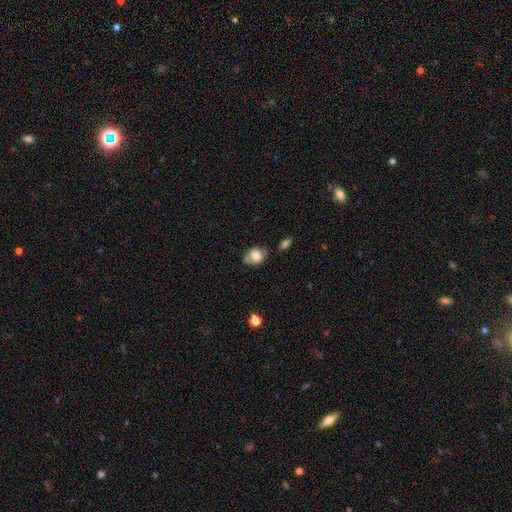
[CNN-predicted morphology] Smooth or featured: smooth — 71% (featured or disk — 20%)
How rounded: in between — 51% (round — 47%)
Merging: none — 50% (minor disturbance — 22%)